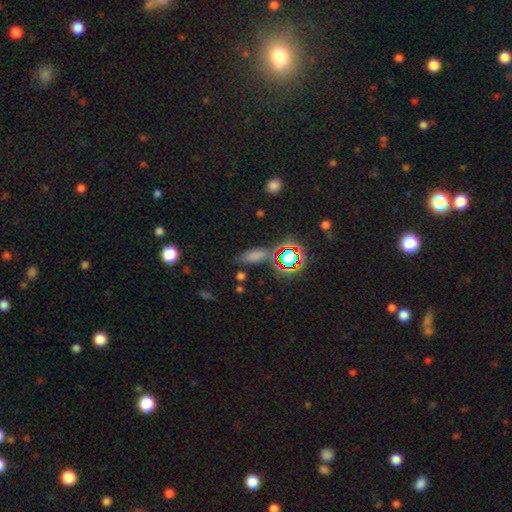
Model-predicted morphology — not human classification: Smooth or featured? Predicted: smooth (p=0.64). How rounded? Predicted: in between (p=0.68). Merging? Predicted: none (p=0.68).